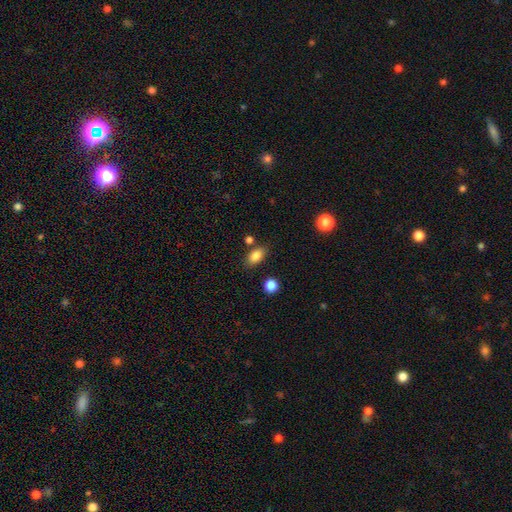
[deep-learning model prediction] Smooth or featured? smooth (85%)
How rounded? in between (86%)
Merging? none (78%)